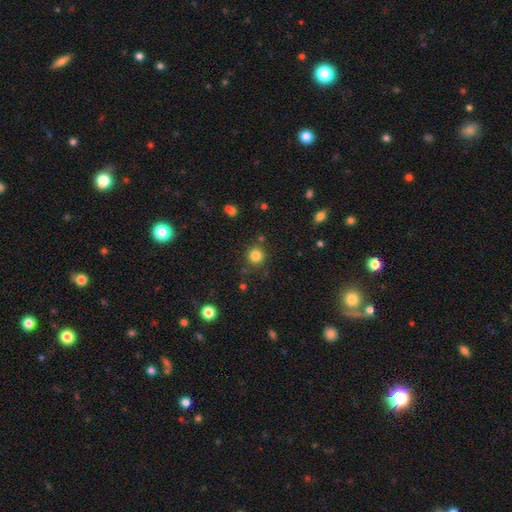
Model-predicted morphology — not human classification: Overall: smooth (82%). How rounded: round (93%). Merging: none (84%).